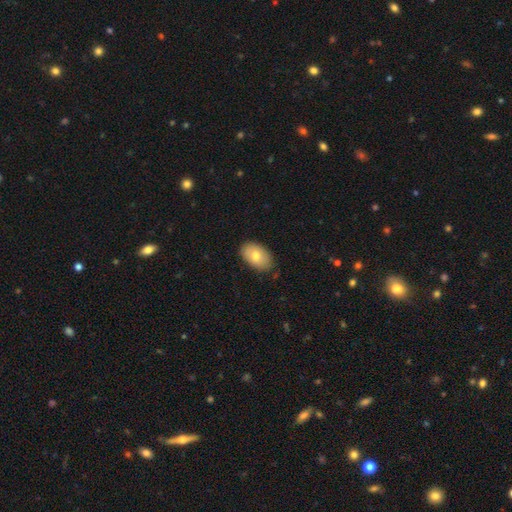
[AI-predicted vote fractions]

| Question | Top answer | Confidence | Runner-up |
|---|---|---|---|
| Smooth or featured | smooth | 77% | featured or disk (16%) |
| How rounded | in between | 92% | round (7%) |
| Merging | none | 81% | minor disturbance (15%) |